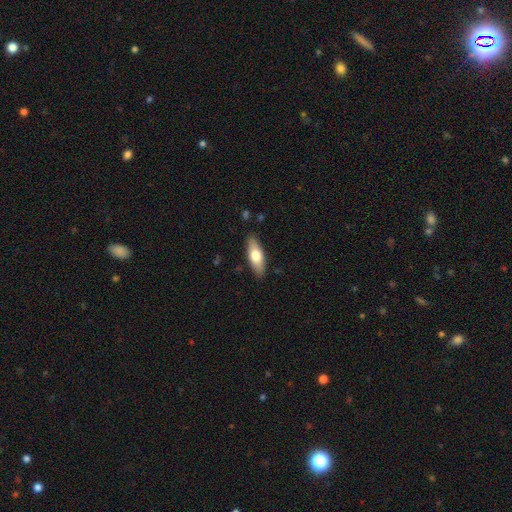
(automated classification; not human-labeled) A smooth galaxy with no disk features (67%) that is in between round and cigar-shaped (68%). Merging: none (87%).